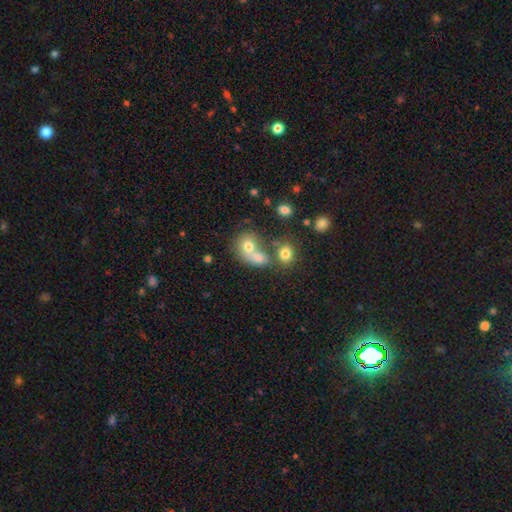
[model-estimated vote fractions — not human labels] Q: Smooth or featured?
A: smooth (61%); runner-up: featured or disk (20%)
Q: How rounded?
A: round (62%); runner-up: in between (36%)
Q: Merging?
A: merger (56%); runner-up: none (31%)